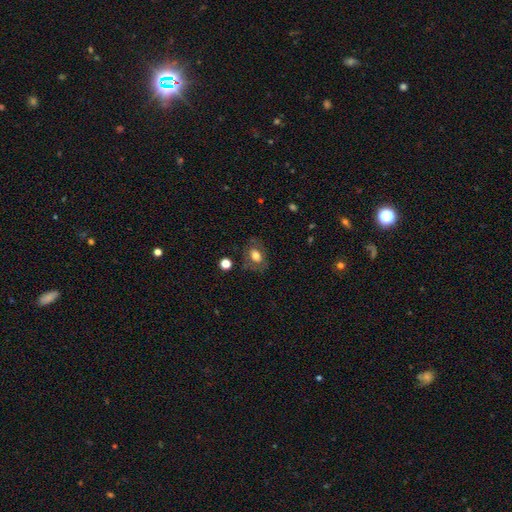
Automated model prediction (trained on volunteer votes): A smooth galaxy with no disk features (65%) that is in between round and cigar-shaped (70%).

Vote fractions:
- Smooth or featured? smooth: 65% / featured or disk: 26% / star or artifact: 9%
- How rounded? in between: 70% / round: 29% / cigar-shaped: 1%
- Merging? none: 74% / minor disturbance: 16% / major disturbance: 8% / merger: 2%